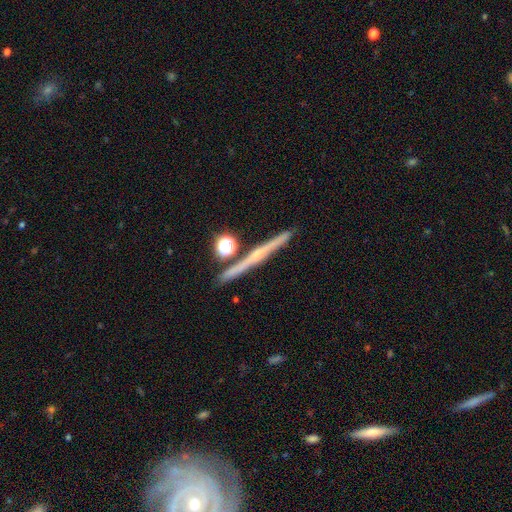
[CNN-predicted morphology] featured or disk 67%, smooth 24%, star or artifact 9%. Down the decision tree: edge-on disk — yes (97%); edge-on bulge — rounded (56%); merging — none (86%).